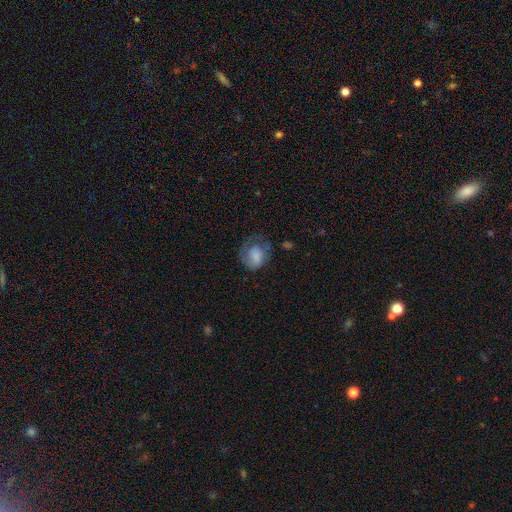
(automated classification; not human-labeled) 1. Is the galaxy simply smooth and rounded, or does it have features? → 66% smooth, 26% featured or disk, 8% star or artifact.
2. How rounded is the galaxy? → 56% round, 43% in between, 1% cigar-shaped.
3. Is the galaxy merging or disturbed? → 37% none, 33% major disturbance, 27% minor disturbance, 2% merger.